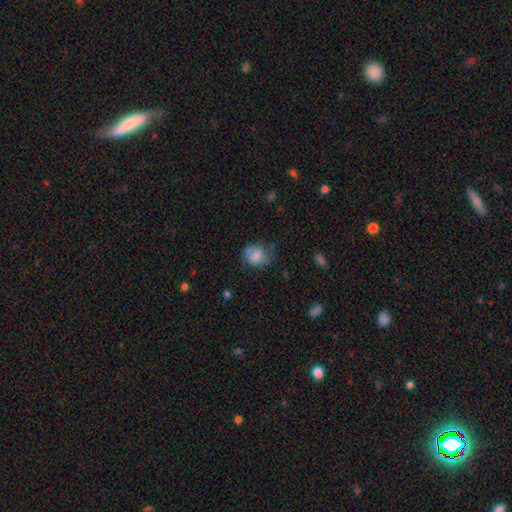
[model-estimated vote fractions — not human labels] Smooth or featured? Predicted: smooth (p=0.66). How rounded? Predicted: round (p=0.59). Merging? Predicted: none (p=0.46).